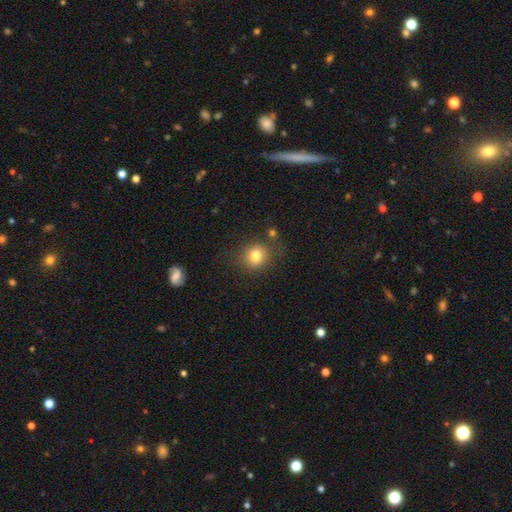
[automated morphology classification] type=smooth (79%); roundness=round (78%); merging=none (76%).